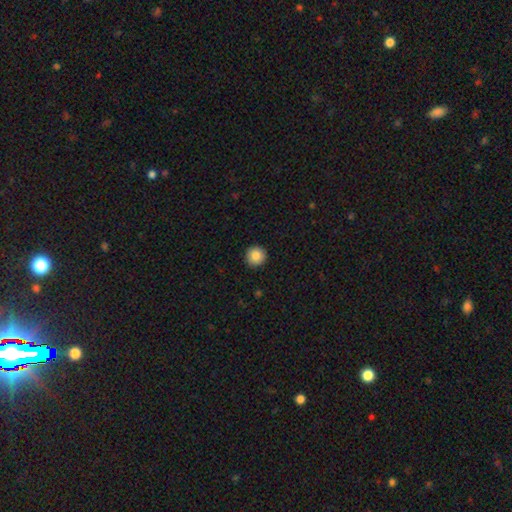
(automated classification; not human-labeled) smooth 84%, star or artifact 9%, featured or disk 7%. Down the decision tree: how rounded — round (96%); merging — none (93%).